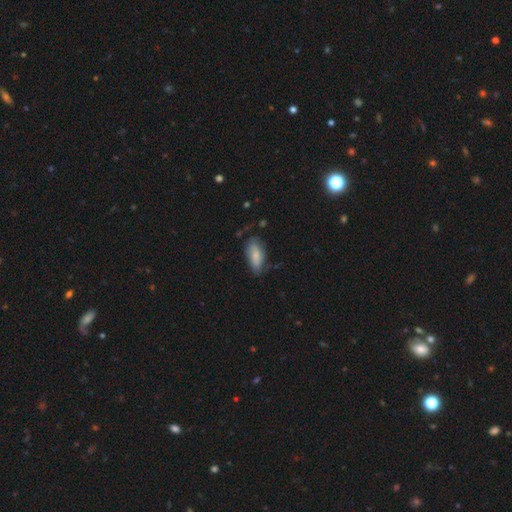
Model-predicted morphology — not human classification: smooth_or_featured: smooth (p=0.78) [alt: featured or disk p=0.16]
how_rounded: in between (p=0.85) [alt: cigar-shaped p=0.13]
merging: none (p=0.61) [alt: minor disturbance p=0.29]